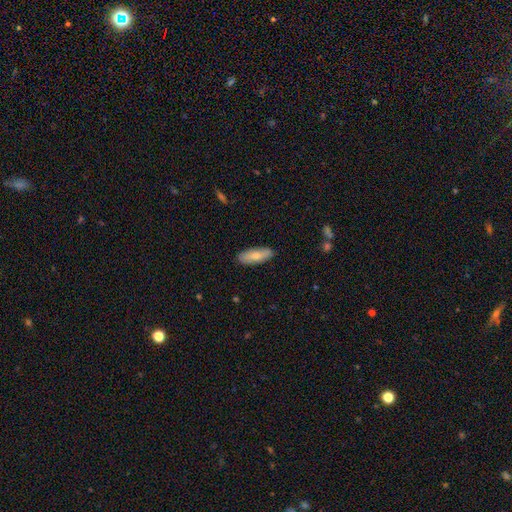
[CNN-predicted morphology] This is likely a smooth galaxy (76%). How rounded: possibly in between (59%). Merging: clearly none (87%).